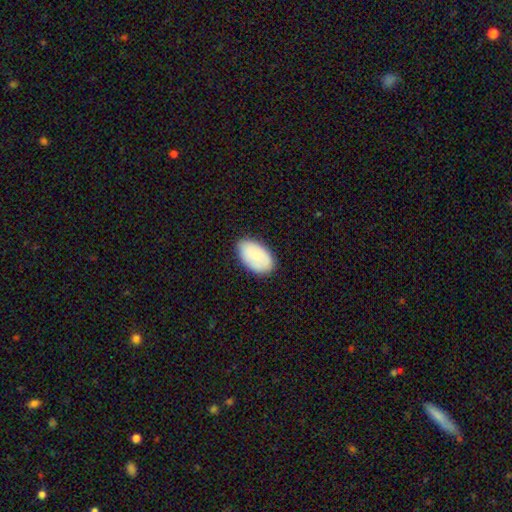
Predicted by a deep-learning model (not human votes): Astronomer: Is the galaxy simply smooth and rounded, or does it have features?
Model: smooth — 82%.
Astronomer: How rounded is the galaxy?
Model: in between — 94%.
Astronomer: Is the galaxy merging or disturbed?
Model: none — 83%.